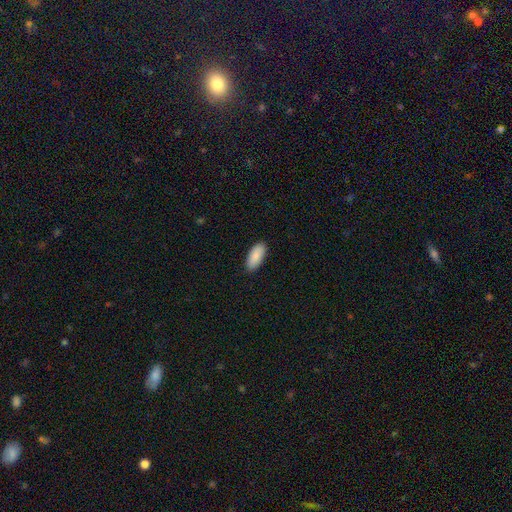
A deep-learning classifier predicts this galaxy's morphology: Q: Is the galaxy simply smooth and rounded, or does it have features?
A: smooth — 89%.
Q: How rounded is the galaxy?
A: in between — 87%.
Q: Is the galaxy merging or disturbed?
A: none — 89%.